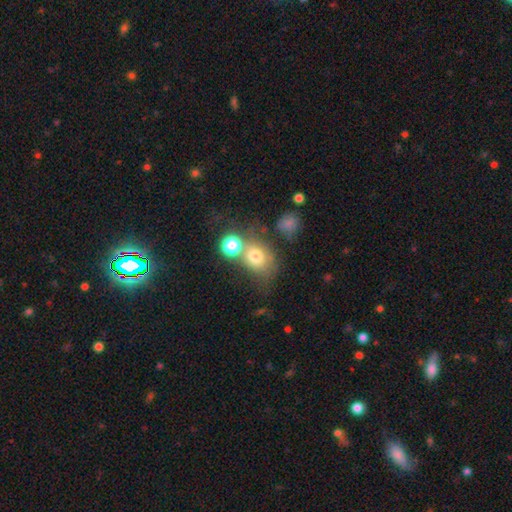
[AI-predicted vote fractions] Smooth or featured: smooth — 70% (star or artifact — 16%)
How rounded: round — 55% (in between — 43%)
Merging: none — 46% (merger — 28%)